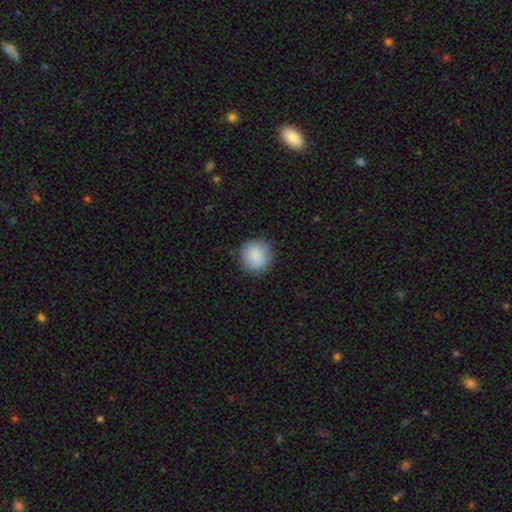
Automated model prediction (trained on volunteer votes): This is clearly a smooth galaxy (87%). How rounded: clearly round (93%). Merging: clearly none (89%).